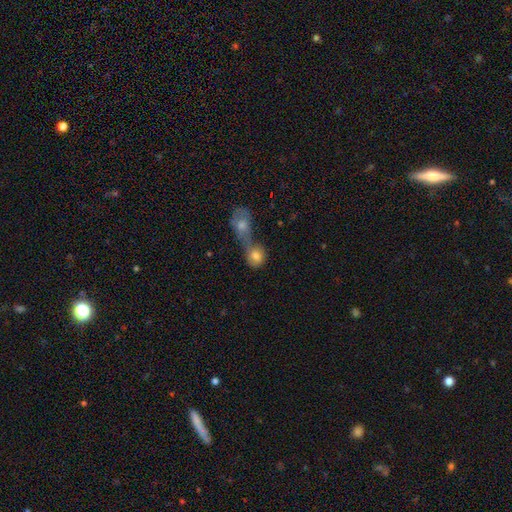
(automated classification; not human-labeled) Smooth or featured? Predicted: smooth (p=0.79). How rounded? Predicted: round (p=0.67). Merging? Predicted: merger (p=0.73).